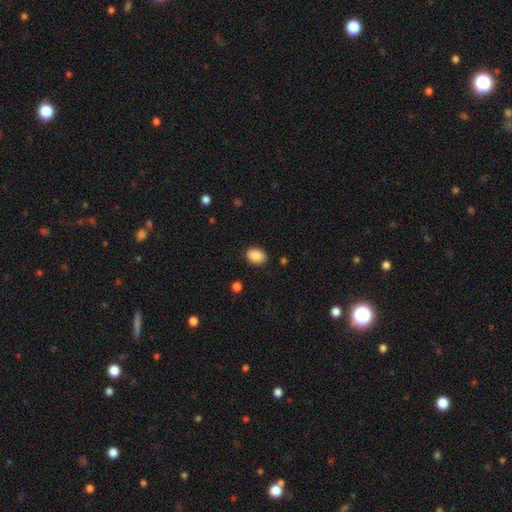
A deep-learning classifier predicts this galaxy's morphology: This is clearly a smooth galaxy (89%). How rounded: likely in between (76%). Merging: clearly none (87%).